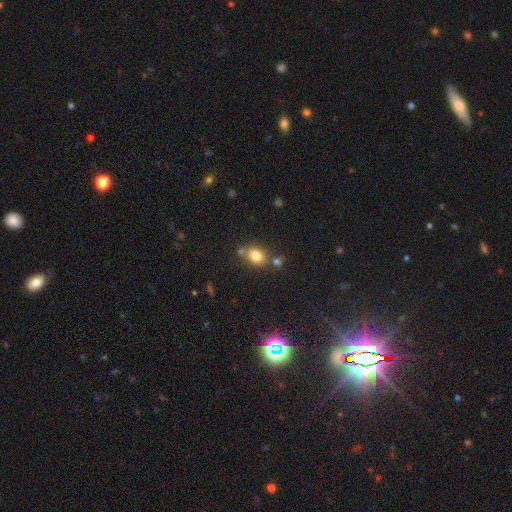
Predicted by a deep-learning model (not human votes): smooth 79%, star or artifact 11%, featured or disk 9%. Down the decision tree: how rounded — in between (56%); merging — none (65%).